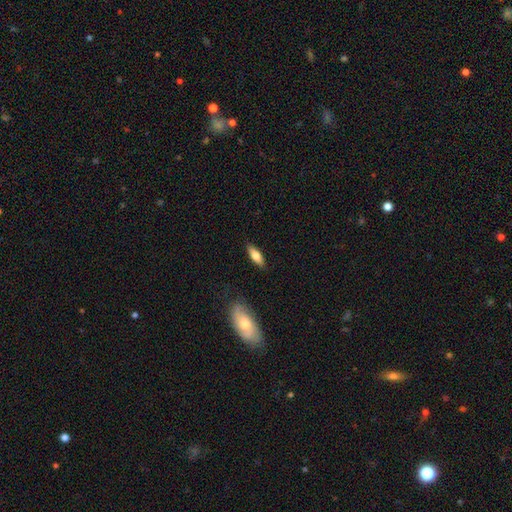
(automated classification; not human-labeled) Q: Smooth or featured?
A: smooth (66%); runner-up: featured or disk (28%)
Q: How rounded?
A: in between (61%); runner-up: cigar-shaped (37%)
Q: Merging?
A: none (86%); runner-up: minor disturbance (10%)